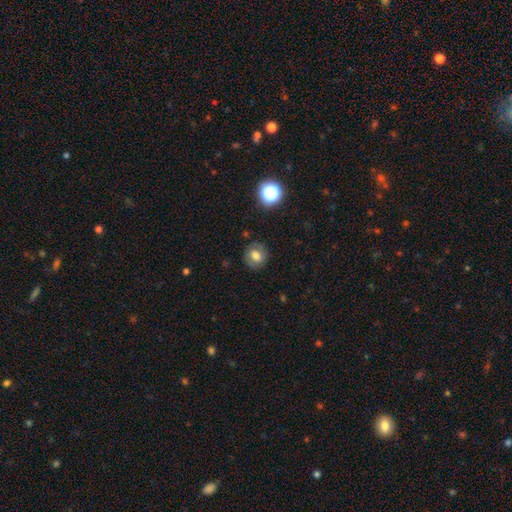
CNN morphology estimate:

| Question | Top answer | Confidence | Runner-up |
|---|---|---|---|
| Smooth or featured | smooth | 65% | featured or disk (23%) |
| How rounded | round | 74% | in between (25%) |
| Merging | none | 81% | minor disturbance (13%) |